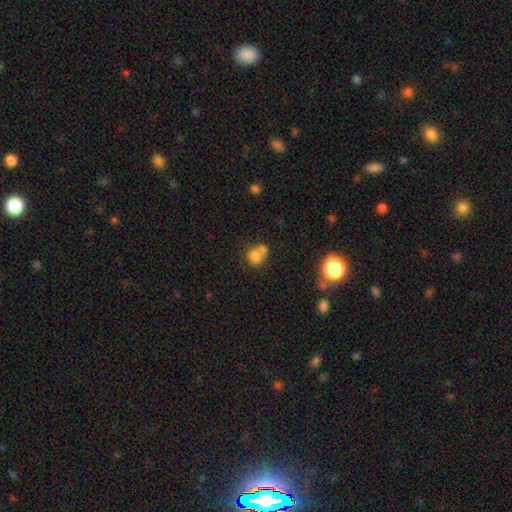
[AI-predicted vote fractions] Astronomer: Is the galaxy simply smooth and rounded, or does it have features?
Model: smooth — 75%.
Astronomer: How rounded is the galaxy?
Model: round — 79%.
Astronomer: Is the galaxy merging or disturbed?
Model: merger — 52% (runner-up: none, 37%).